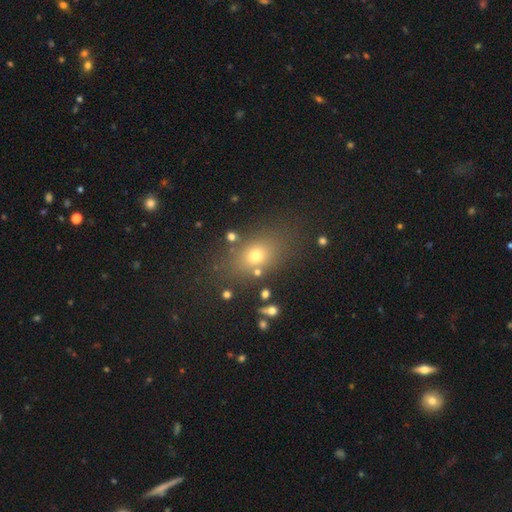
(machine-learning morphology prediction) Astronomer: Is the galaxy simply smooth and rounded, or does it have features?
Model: smooth — 69%.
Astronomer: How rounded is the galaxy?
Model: in between — 68%.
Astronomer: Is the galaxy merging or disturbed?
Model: none — 78%.